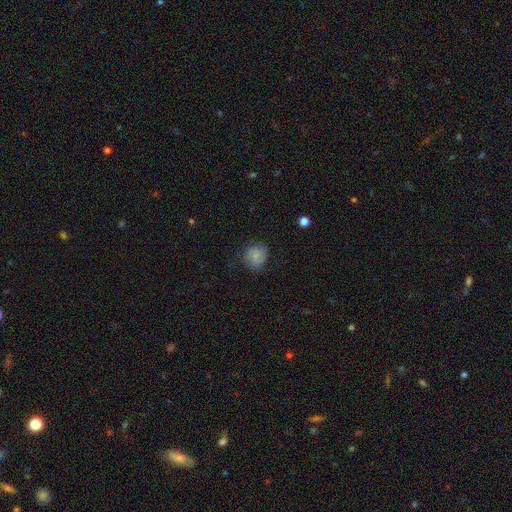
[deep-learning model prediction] Overall: smooth (69%). How rounded: round (75%). Merging: none (67%).